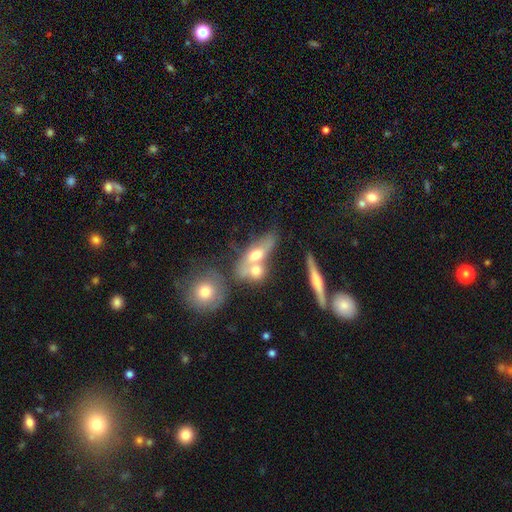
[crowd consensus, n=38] Smooth or featured?
  - smooth: 50% *
  - featured or disk: 42%
  - star or artifact: 8%
How rounded?
  - in between: 53% *
  - cigar-shaped: 37%
  - round: 11%
Merging?
  - merger: 60% *
  - none: 23%
  - minor disturbance: 11%
  - major disturbance: 6%